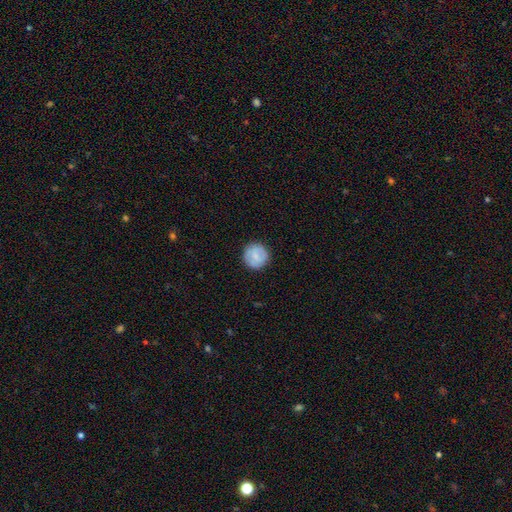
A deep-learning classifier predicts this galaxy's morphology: Smooth or featured? Predicted: smooth (p=0.72). How rounded? Predicted: round (p=0.95). Merging? Predicted: none (p=0.89).